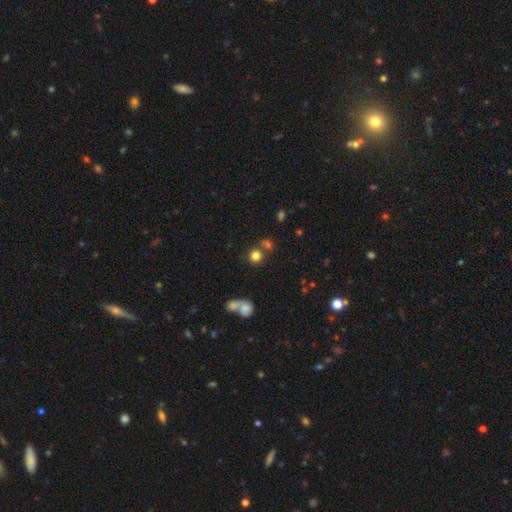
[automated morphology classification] Smooth or featured? Predicted: smooth (p=0.78). How rounded? Predicted: round (p=0.89). Merging? Predicted: none (p=0.66).